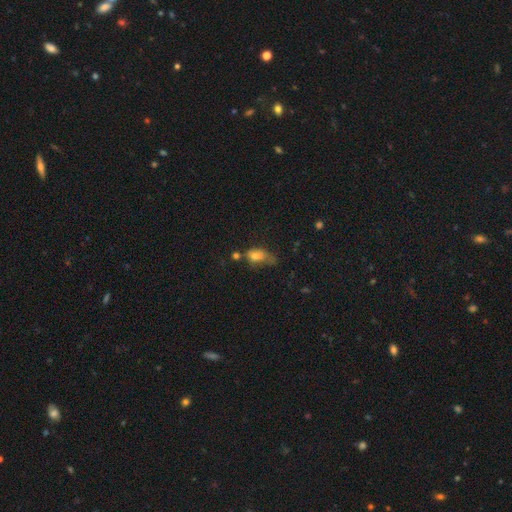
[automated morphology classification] Smooth or featured? smooth (69%)
How rounded? in between (80%)
Merging? major disturbance (32%)